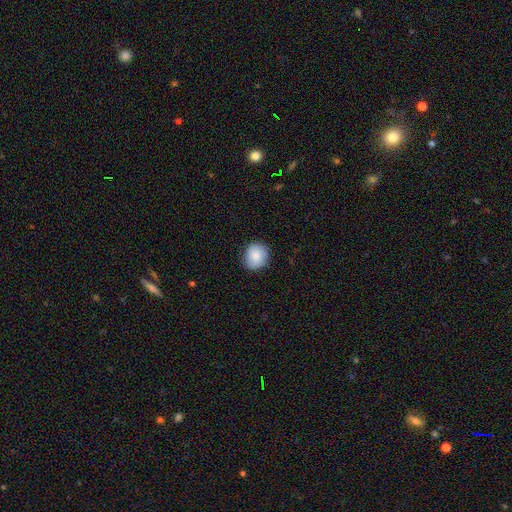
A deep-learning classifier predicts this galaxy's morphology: Q: Smooth or featured?
A: smooth (84%); runner-up: featured or disk (9%)
Q: How rounded?
A: round (82%); runner-up: in between (17%)
Q: Merging?
A: none (82%); runner-up: minor disturbance (15%)